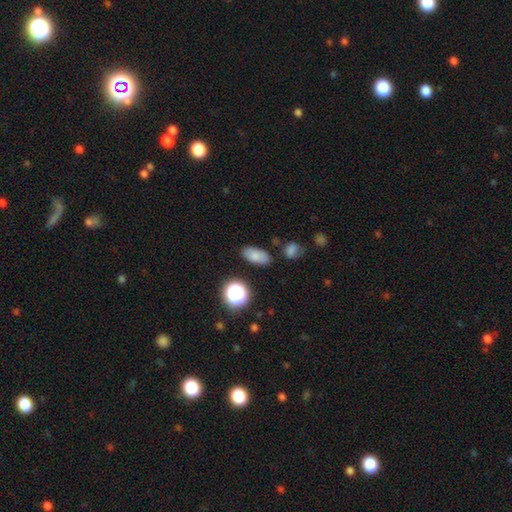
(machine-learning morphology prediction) A smooth galaxy with no disk features (79%) that is in between round and cigar-shaped (87%). Merging: none (82%).